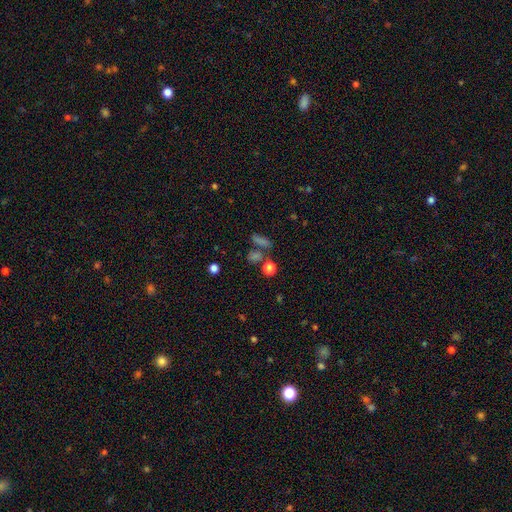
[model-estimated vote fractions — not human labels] This appears to be a smooth galaxy with no disk features (58%) that is round (45%). Merging: none (60%).